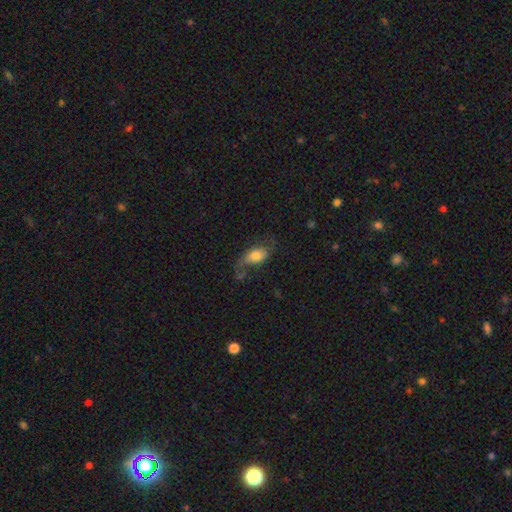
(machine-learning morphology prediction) type=smooth (51%); roundness=in between (86%); merging=none (44%).